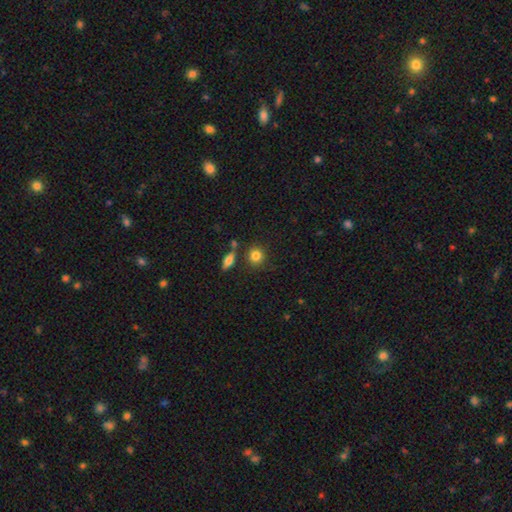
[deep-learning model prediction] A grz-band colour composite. It shows a smooth galaxy with no disk features (83%) that is round (84%). Merging: none (77%).